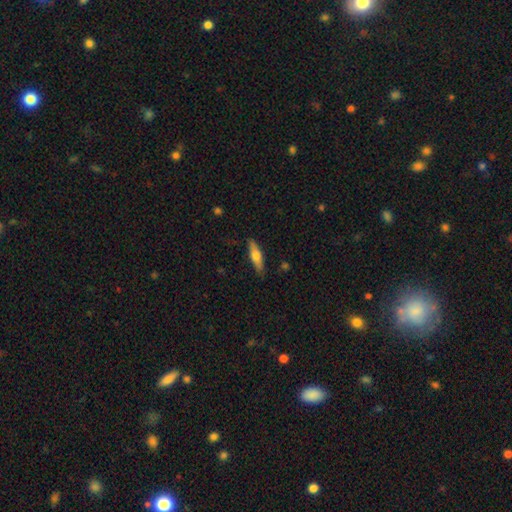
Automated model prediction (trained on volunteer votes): smooth-or-featured: smooth: 56% | featured or disk: 38% | star or artifact: 6%
  how-rounded: cigar-shaped: 68% | in between: 30% | round: 2%
  merging: none: 87% | minor disturbance: 10% | major disturbance: 2% | merger: 1%